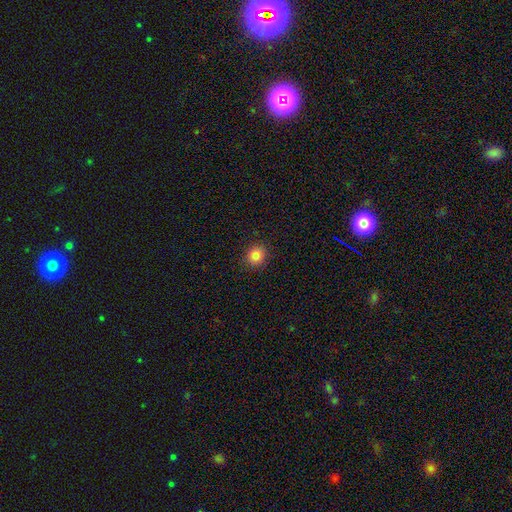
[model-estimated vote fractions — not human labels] The model was most divided on "how rounded": round: 85%, in between: 14%, cigar-shaped: 1%. More confident: merging — none (90%); smooth or featured — smooth (84%).